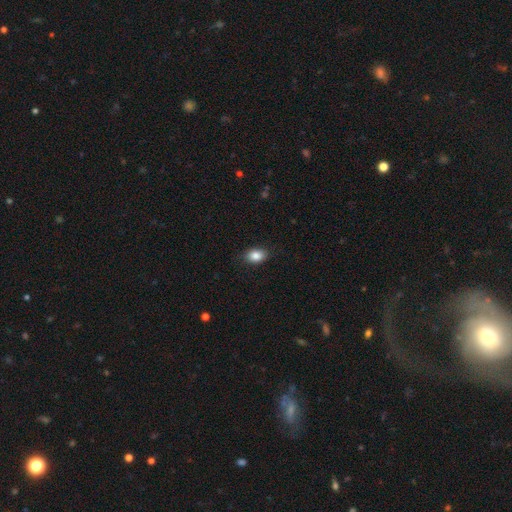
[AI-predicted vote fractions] smooth 86%, star or artifact 8%, featured or disk 6%. Down the decision tree: how rounded — in between (81%); merging — none (86%).